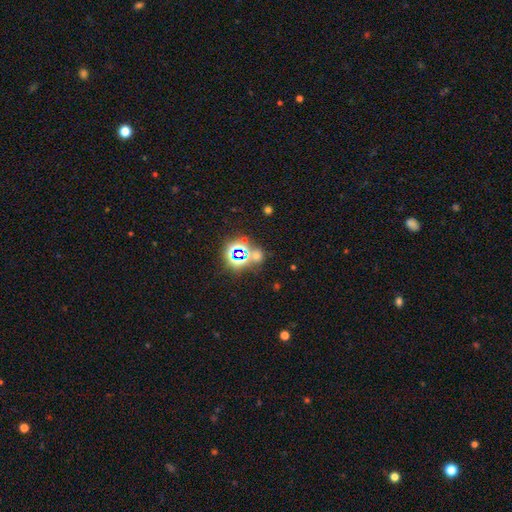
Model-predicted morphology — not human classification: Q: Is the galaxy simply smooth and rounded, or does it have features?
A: star or artifact — 57%.